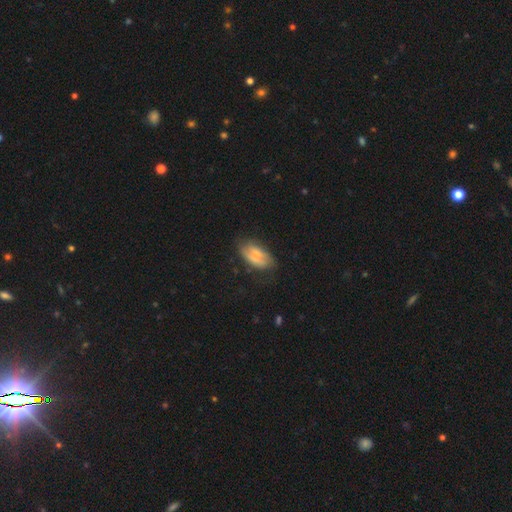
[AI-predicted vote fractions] smooth_or_featured: smooth (p=0.66) [alt: featured or disk p=0.27]
how_rounded: in between (p=0.93) [alt: round p=0.04]
merging: none (p=0.58) [alt: minor disturbance p=0.31]